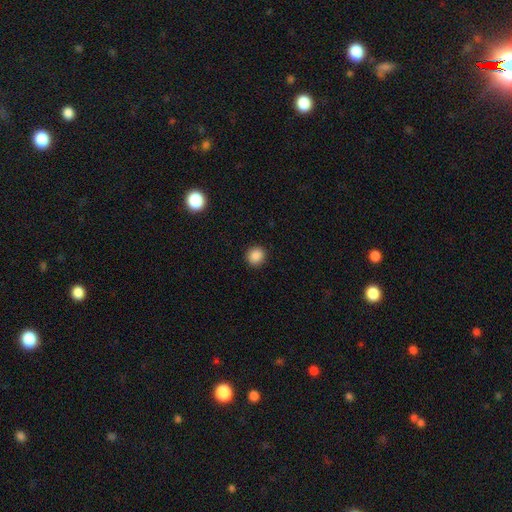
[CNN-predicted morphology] This appears to be a smooth galaxy with no disk features (88%) that is round (89%). Merging: none (92%).